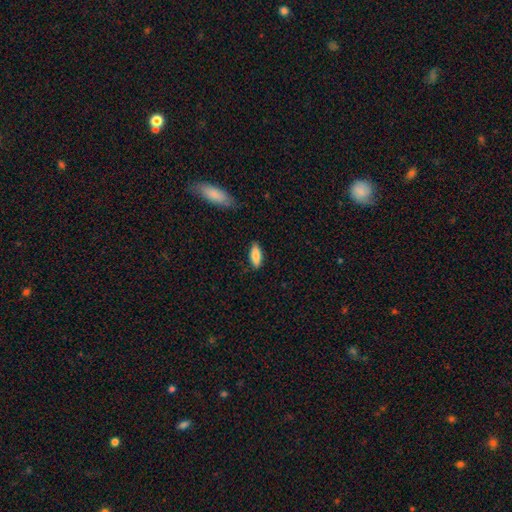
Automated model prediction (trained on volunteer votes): Morphology: type=smooth (83%); roundness=in between (71%); merging=none (83%).